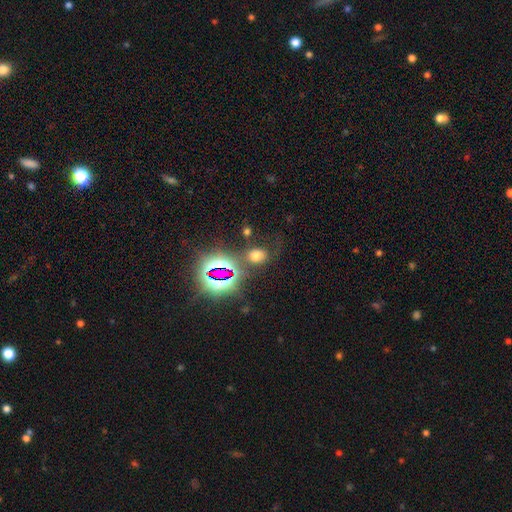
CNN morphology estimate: smooth-or-featured: smooth: 59% | star or artifact: 31% | featured or disk: 10%
  how-rounded: in between: 62% | round: 36% | cigar-shaped: 2%
  merging: none: 68% | minor disturbance: 15% | major disturbance: 9% | merger: 8%